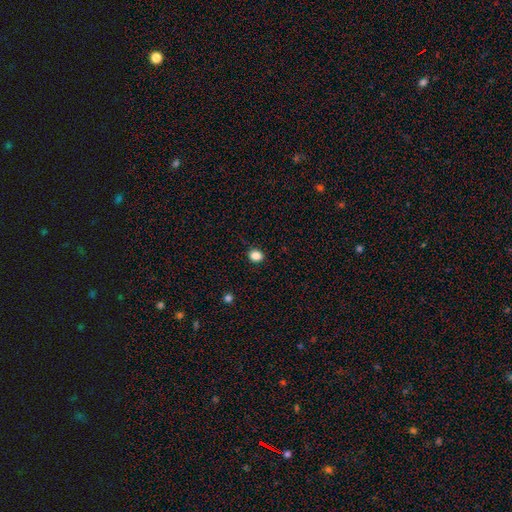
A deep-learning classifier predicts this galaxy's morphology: Overall: smooth (86%). How rounded: round (63%; in between 36%). Merging: none (88%).